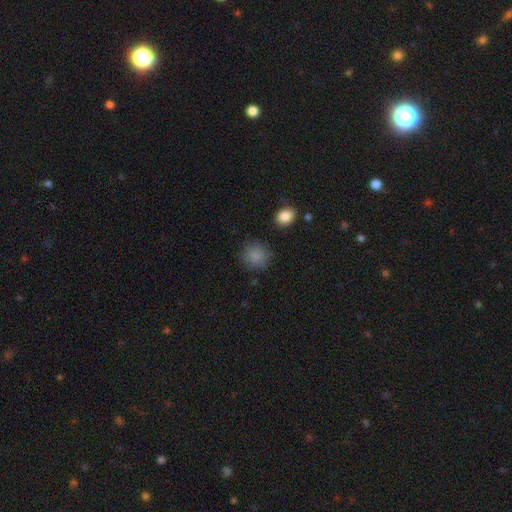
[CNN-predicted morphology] Smooth or featured: smooth — 86% (star or artifact — 10%)
How rounded: round — 88% (in between — 11%)
Merging: none — 85% (minor disturbance — 10%)